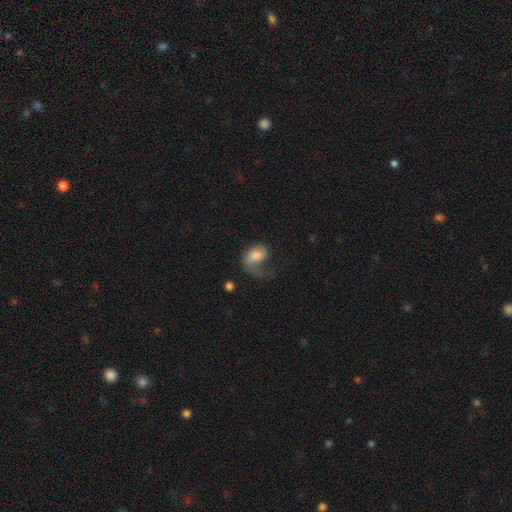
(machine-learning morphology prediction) This appears to be a smooth galaxy with no disk features (55%) that is in between round and cigar-shaped (68%). Merging: major disturbance (54%).